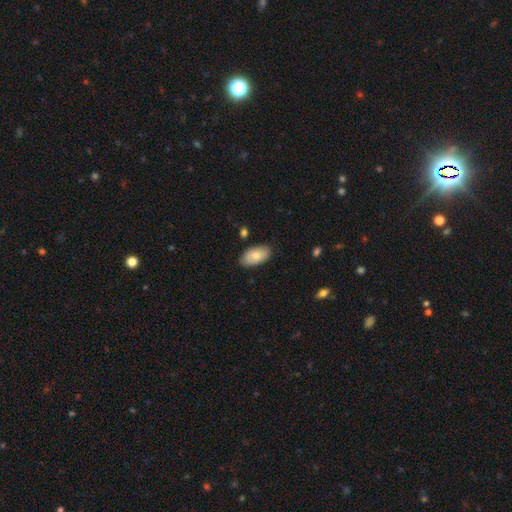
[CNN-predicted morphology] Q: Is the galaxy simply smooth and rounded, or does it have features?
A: smooth — 78%.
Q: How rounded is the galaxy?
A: in between — 95%.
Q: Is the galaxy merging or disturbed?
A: none — 84%.